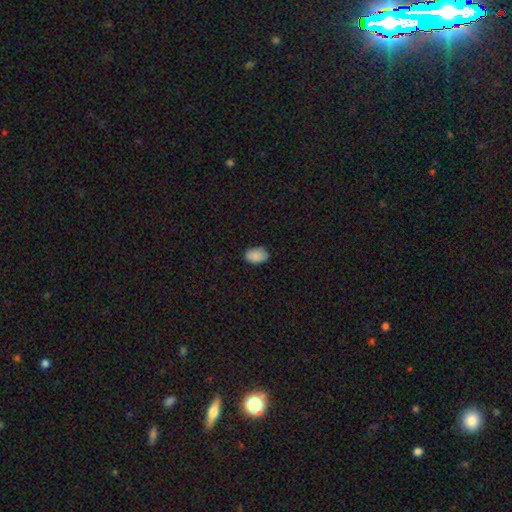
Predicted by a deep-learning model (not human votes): Overall: smooth (88%). How rounded: in between (88%). Merging: none (81%).